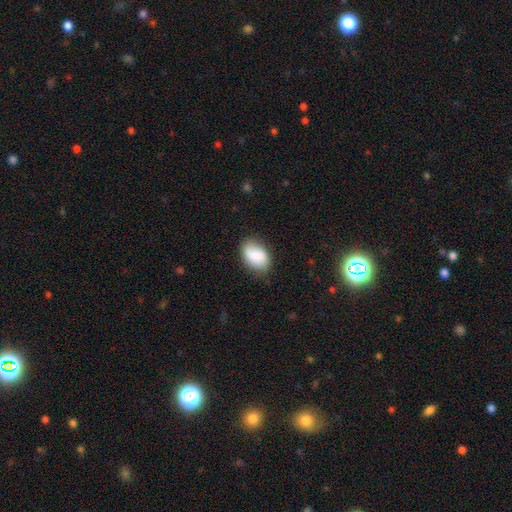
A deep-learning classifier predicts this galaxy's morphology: The model was most divided on "merging": none: 76%, minor disturbance: 19%, major disturbance: 4%, merger: 1%. More confident: how rounded — in between (86%); smooth or featured — smooth (75%).